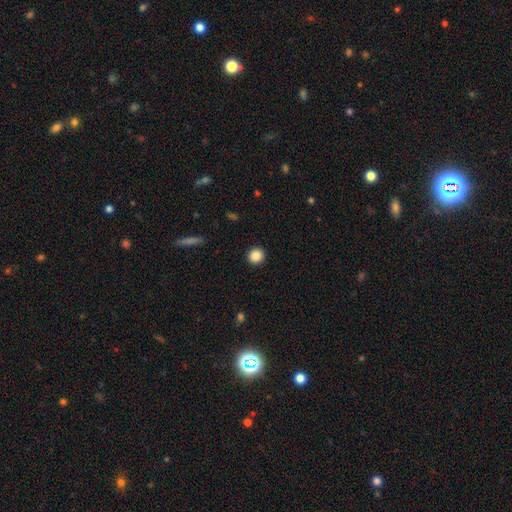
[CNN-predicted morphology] smooth 88%, star or artifact 9%, featured or disk 3%. Down the decision tree: how rounded — round (93%); merging — none (93%).